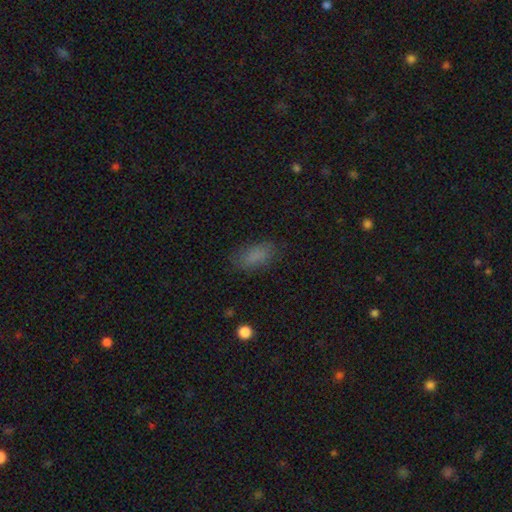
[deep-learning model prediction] smooth_or_featured: smooth (p=0.81) [alt: star or artifact p=0.11]
how_rounded: in between (p=0.87) [alt: cigar-shaped p=0.08]
merging: none (p=0.77) [alt: minor disturbance p=0.16]